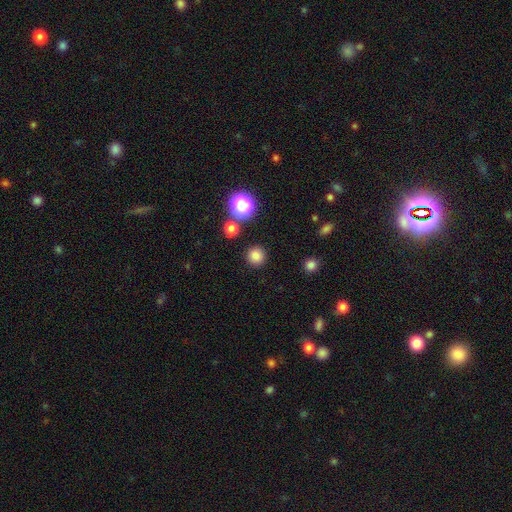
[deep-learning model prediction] A smooth galaxy with no disk features (81%) that is round (94%). Merging: none (89%).